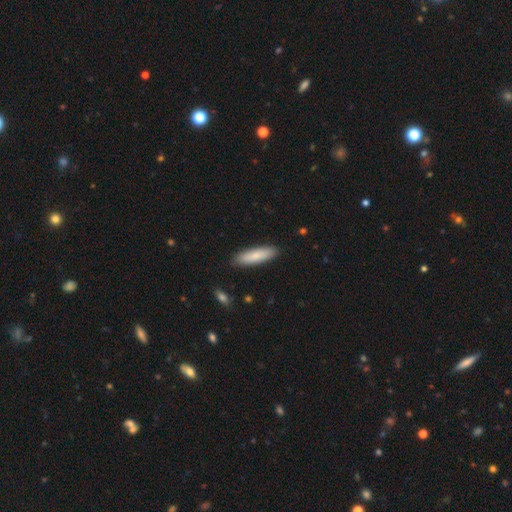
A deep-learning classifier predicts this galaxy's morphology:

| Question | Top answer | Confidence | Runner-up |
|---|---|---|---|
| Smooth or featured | smooth | 83% | featured or disk (11%) |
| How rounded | cigar-shaped | 66% | in between (33%) |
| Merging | none | 88% | minor disturbance (9%) |